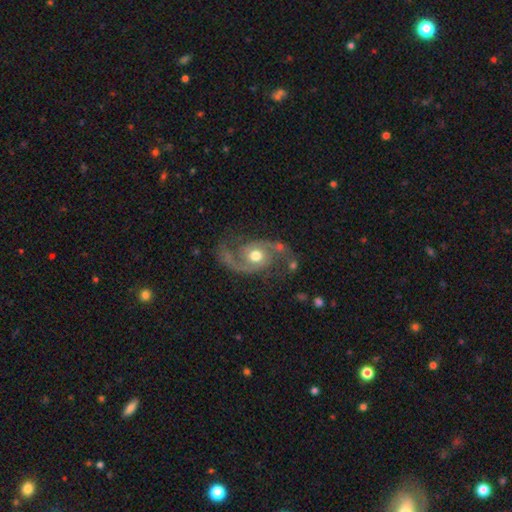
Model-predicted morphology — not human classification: This is clearly a featured or disk galaxy (91%). It is clearly not viewed edge-on (98%). Bar: likely no (69%). Spiral arm pattern: clearly yes (98%). Spiral arm count: clearly 2 (94%). Spiral winding: possibly medium (53%). Central bulge: likely moderate (75%). Merging: likely none (71%).